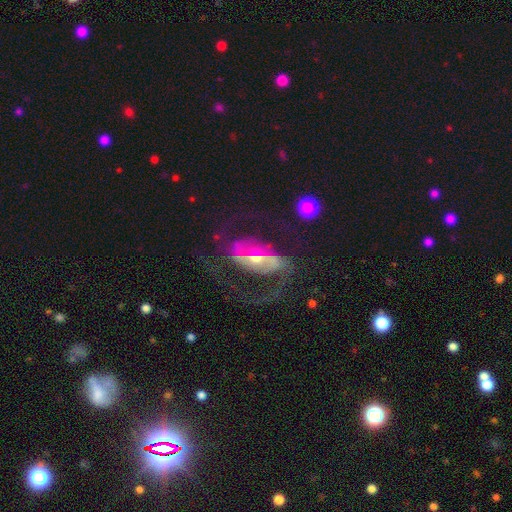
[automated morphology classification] A featured or disk galaxy (87%) with a strong bar (59%), 2 (80%) medium (46%) spiral arms (90%) and a moderate central bulge (50%).

Vote fractions:
- Smooth or featured? featured or disk: 87% / smooth: 8% / star or artifact: 6%
- Edge-on disk? no: 94% / yes: 6%
- Bar? strong: 59% / weak: 30% / no: 12%
- Spiral arms? yes: 90% / no: 10%
- Spiral winding? medium: 46% / loose: 41% / tight: 13%
- Spiral arm count? 2: 80% / 1: 8% / can't tell: 6% / 3: 3% / 4: 2% / more than 4: 2%
- Bulge size? moderate: 50% / small: 43% / large: 4% / none: 1% / dominant: 1%
- Merging? none: 56% / major disturbance: 27% / minor disturbance: 14% / merger: 3%